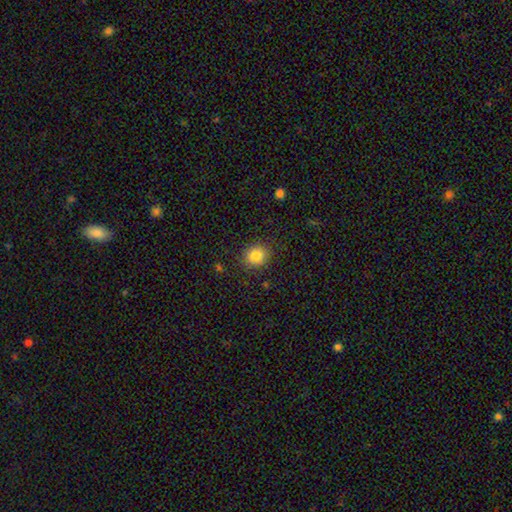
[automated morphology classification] smooth 84%, star or artifact 10%, featured or disk 6%. Down the decision tree: how rounded — round (71%); merging — none (87%).